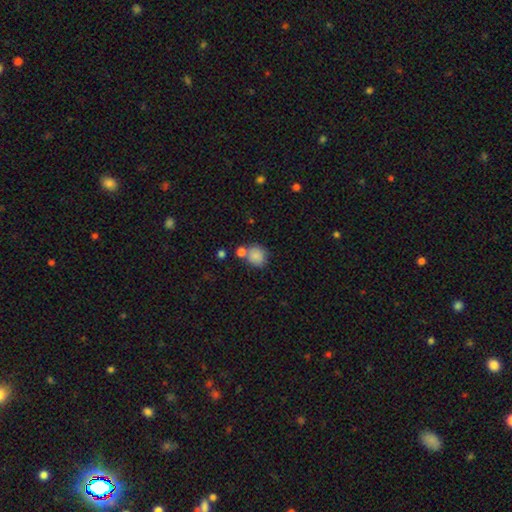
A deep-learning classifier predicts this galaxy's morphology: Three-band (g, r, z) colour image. It shows a smooth galaxy with no disk features (85%) that is round (81%). Merging: none (60%).